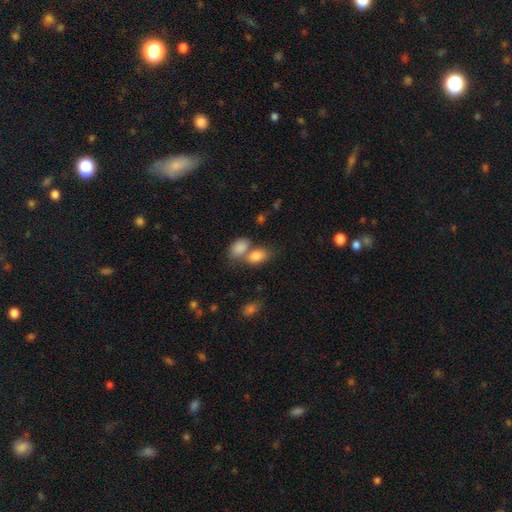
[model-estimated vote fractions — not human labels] Smooth or featured?
  - smooth: 84% *
  - featured or disk: 8%
  - star or artifact: 8%
How rounded?
  - in between: 87% *
  - round: 11%
  - cigar-shaped: 2%
Merging?
  - merger: 48% *
  - none: 38%
  - minor disturbance: 10%
  - major disturbance: 4%